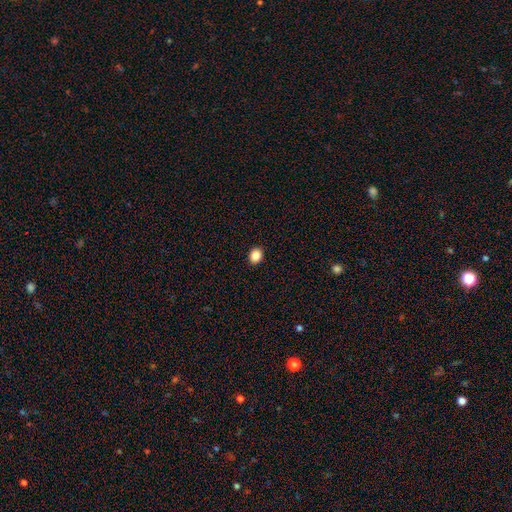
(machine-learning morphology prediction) Overall: smooth (87%). How rounded: in between (50%; round 49%). Merging: none (91%).